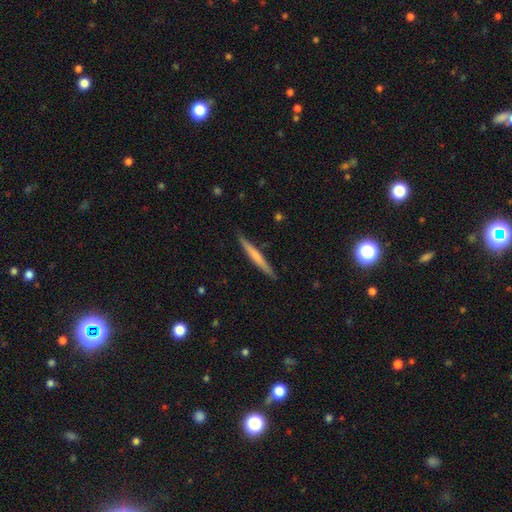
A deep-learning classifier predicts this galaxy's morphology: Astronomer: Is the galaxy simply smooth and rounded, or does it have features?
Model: smooth — 52% (runner-up: featured or disk, 42%).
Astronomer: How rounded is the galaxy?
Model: cigar-shaped — 96%.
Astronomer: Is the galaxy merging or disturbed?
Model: none — 89%.